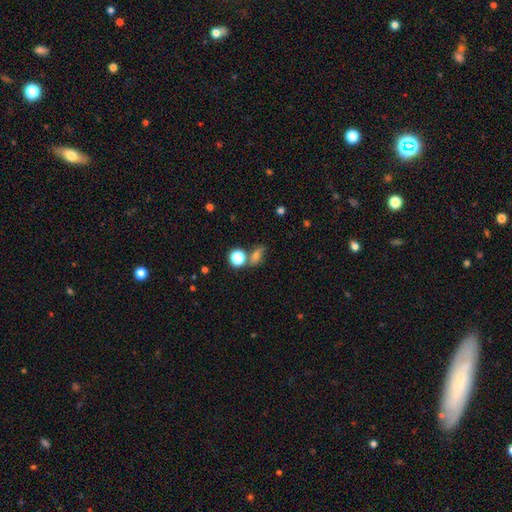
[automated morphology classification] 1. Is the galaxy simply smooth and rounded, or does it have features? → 65% smooth, 19% star or artifact, 16% featured or disk.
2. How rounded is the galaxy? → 59% in between, 34% round, 7% cigar-shaped.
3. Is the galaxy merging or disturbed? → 59% none, 19% merger, 15% minor disturbance, 7% major disturbance.